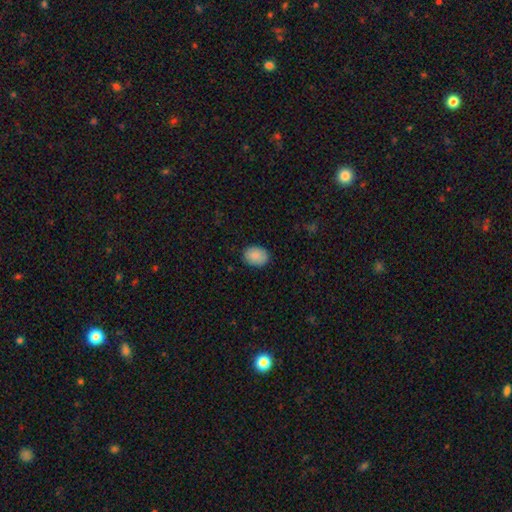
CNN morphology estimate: A smooth galaxy with no disk features (89%) that is in between round and cigar-shaped (62%). Merging: none (87%).